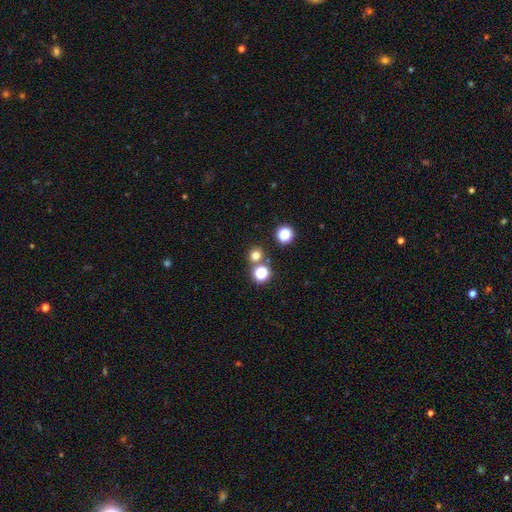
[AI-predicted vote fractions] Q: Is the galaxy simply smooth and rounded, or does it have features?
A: smooth — 72%.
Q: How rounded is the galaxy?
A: round — 90%.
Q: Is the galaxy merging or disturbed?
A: none — 74%.